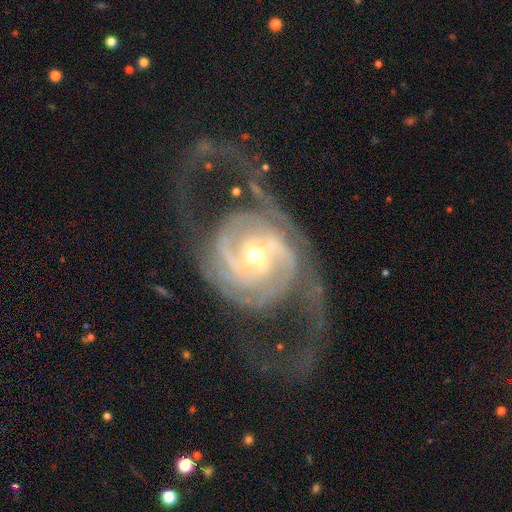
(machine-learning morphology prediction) Smooth or featured? featured or disk (91%)
Edge-on disk? no (97%)
Bar? weak (41%)
Spiral arms? yes (97%)
Spiral winding? medium (45%)
Spiral arm count? 2 (66%)
Bulge size? moderate (50%)
Merging? none (53%)